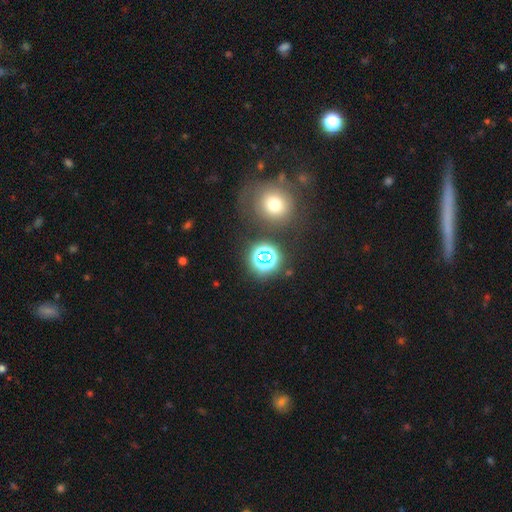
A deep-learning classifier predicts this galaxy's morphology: Overall: star or artifact (55%; smooth 35%).